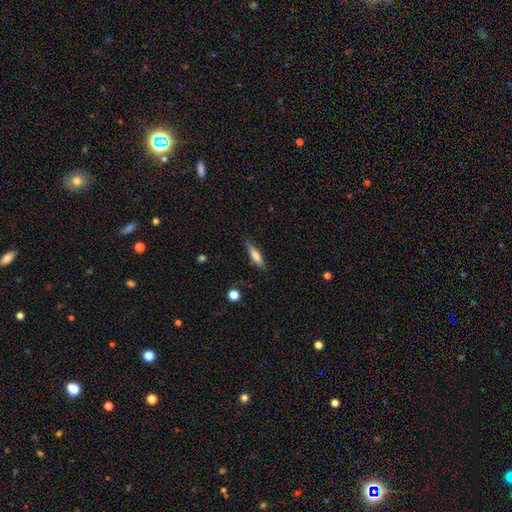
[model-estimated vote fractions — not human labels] smooth-or-featured: smooth: 63% | featured or disk: 30% | star or artifact: 7%
  how-rounded: cigar-shaped: 72% | in between: 26% | round: 2%
  merging: none: 83% | minor disturbance: 13% | major disturbance: 3% | merger: 1%